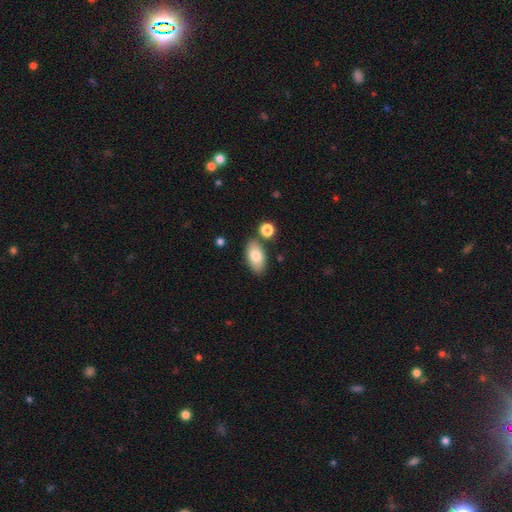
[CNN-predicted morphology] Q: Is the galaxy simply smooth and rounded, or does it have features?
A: smooth — 79%.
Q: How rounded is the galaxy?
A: in between — 93%.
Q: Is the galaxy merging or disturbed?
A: none — 78%.